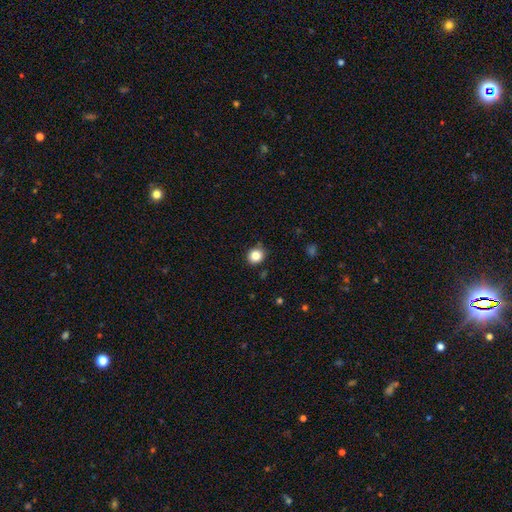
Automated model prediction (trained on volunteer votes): A smooth galaxy with no disk features (84%) that is round (80%).

Vote fractions:
- Smooth or featured? smooth: 84% / star or artifact: 11% / featured or disk: 5%
- How rounded? round: 80% / in between: 19% / cigar-shaped: 1%
- Merging? none: 88% / minor disturbance: 8% / major disturbance: 2% / merger: 2%